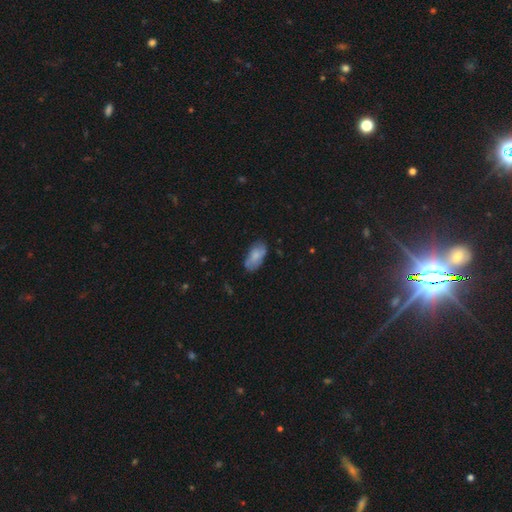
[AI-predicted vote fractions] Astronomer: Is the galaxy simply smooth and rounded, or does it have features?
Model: smooth — 71%.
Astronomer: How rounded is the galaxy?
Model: in between — 92%.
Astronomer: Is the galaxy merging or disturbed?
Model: none — 68%.